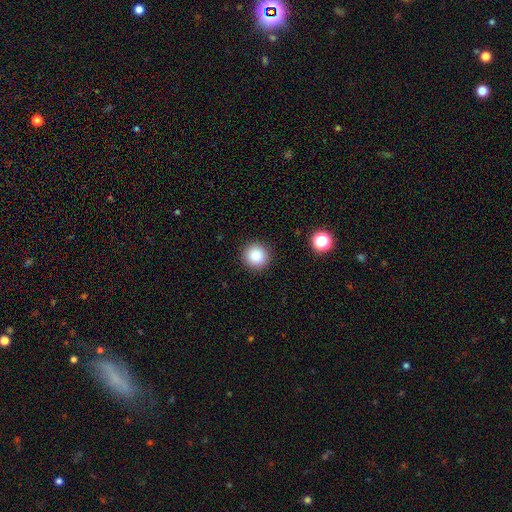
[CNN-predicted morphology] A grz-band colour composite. It shows a smooth galaxy with no disk features (85%) that is round (95%). Merging: none (92%).